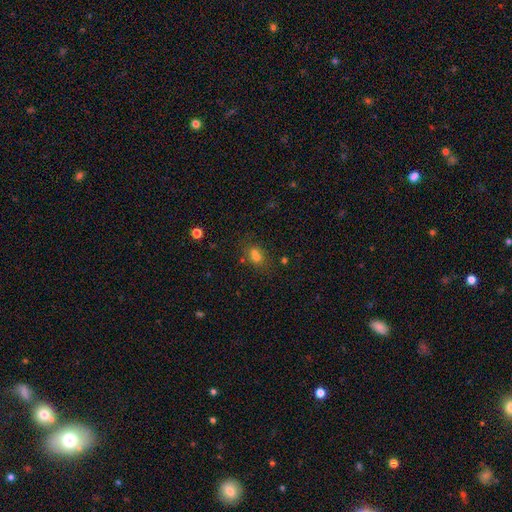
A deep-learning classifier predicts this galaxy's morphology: A smooth galaxy with no disk features (68%) that is in between round and cigar-shaped (62%). Merging: none (51%).